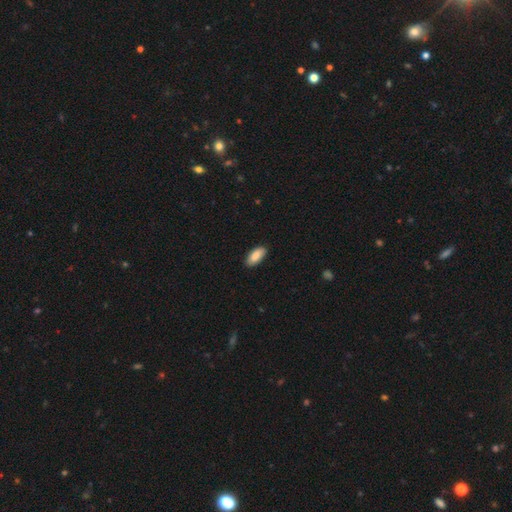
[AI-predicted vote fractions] This is clearly a smooth galaxy (88%). How rounded: clearly in between (90%). Merging: clearly none (88%).